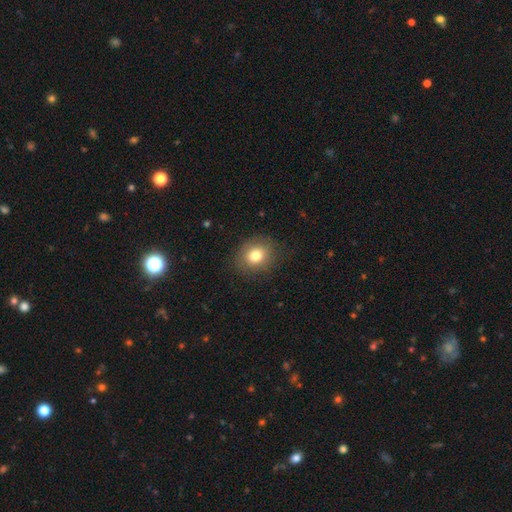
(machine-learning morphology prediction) Overall: smooth (79%). How rounded: round (68%; in between 31%). Merging: none (85%).